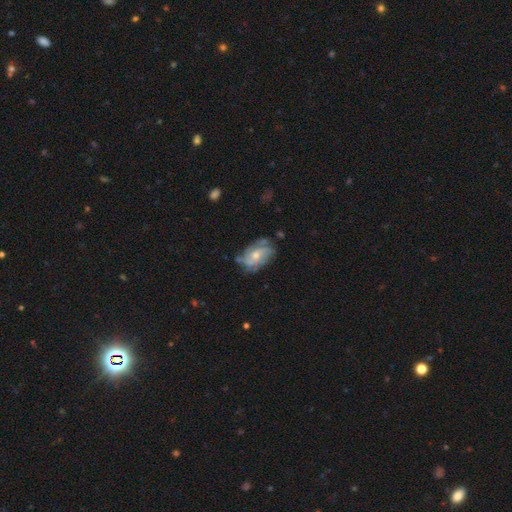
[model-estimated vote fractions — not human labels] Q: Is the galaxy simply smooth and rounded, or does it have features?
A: featured or disk — 70%.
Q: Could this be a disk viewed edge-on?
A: no — 96%.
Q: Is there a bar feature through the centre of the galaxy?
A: no — 71%.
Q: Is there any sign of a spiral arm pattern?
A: yes — 79%.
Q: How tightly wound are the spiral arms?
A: tight — 43%.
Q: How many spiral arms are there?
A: can't tell — 41%.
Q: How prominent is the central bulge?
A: moderate — 57%.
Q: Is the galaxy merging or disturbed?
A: none — 59%.